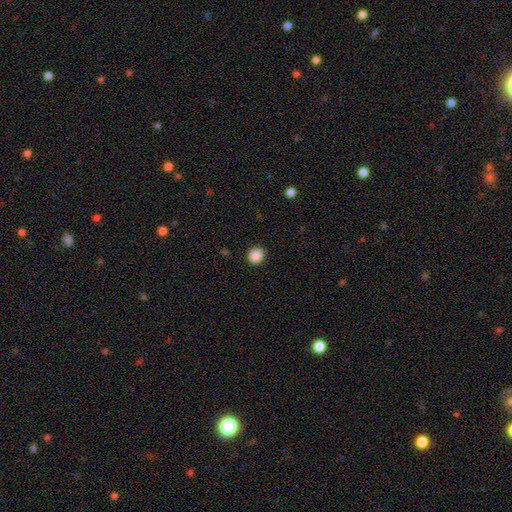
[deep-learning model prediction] Overall: smooth (88%). How rounded: round (86%). Merging: none (90%).